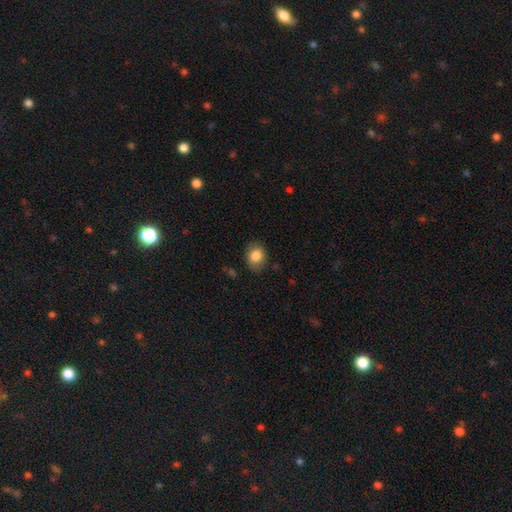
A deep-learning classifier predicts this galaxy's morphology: Smooth or featured: smooth — 83% (featured or disk — 8%)
How rounded: in between — 56% (round — 43%)
Merging: none — 80% (minor disturbance — 15%)